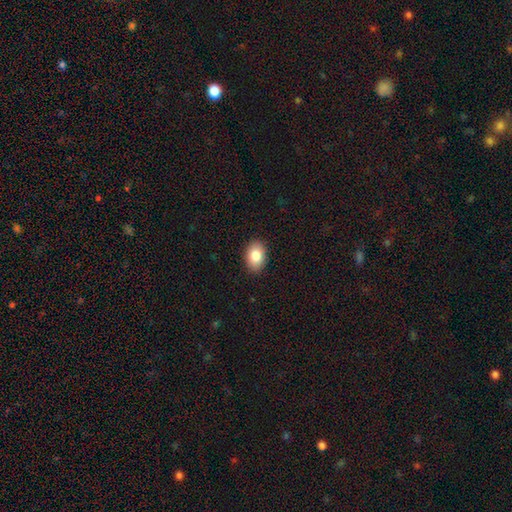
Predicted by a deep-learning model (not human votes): A smooth galaxy with no disk features (86%) that is in between round and cigar-shaped (87%). Merging: none (90%).